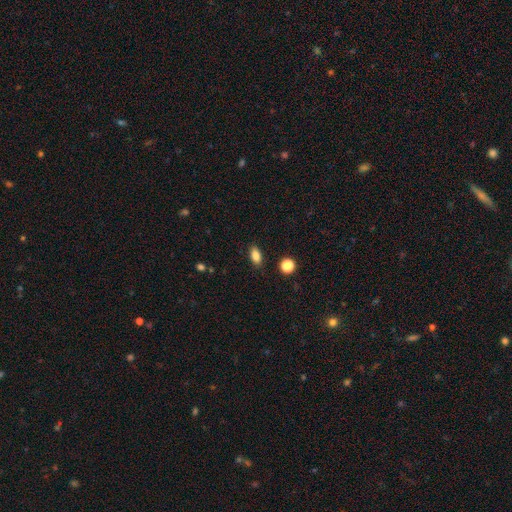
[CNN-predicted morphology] This is clearly a smooth galaxy (85%). How rounded: clearly in between (86%). Merging: clearly none (87%).